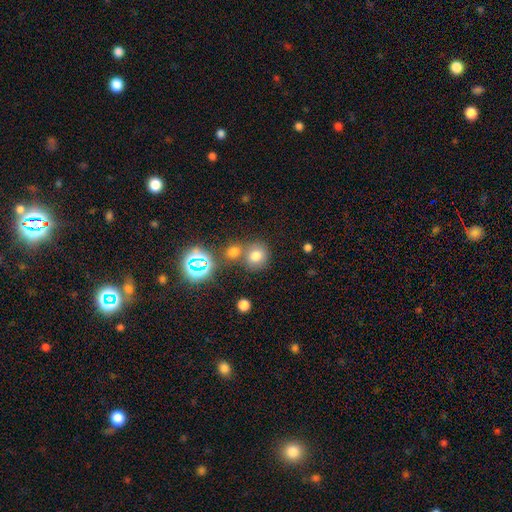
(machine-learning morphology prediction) Smooth or featured: smooth — 71% (star or artifact — 20%)
How rounded: round — 85% (in between — 14%)
Merging: none — 58% (merger — 29%)